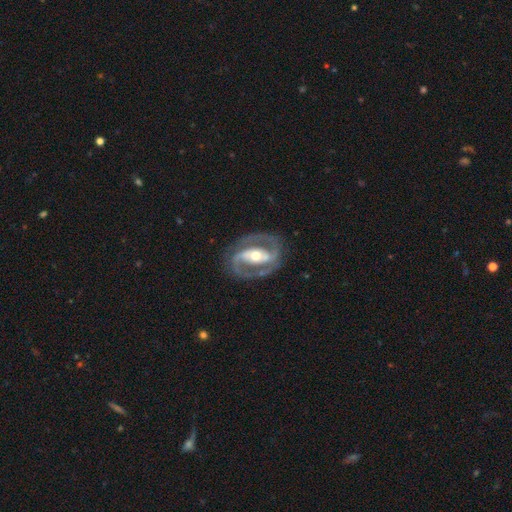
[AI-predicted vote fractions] smooth_or_featured: featured or disk (p=0.89) [alt: smooth p=0.07]
disk_edge_on: no (p=0.96) [alt: yes p=0.04]
bar: strong (p=0.52) [alt: weak p=0.26]
has_spiral_arms: yes (p=0.91) [alt: no p=0.09]
spiral_winding: medium (p=0.52) [alt: tight p=0.35]
spiral_arm_count: 2 (p=0.91) [alt: can't tell p=0.03]
bulge_size: moderate (p=0.67) [alt: small p=0.23]
merging: none (p=0.82) [alt: minor disturbance p=0.11]